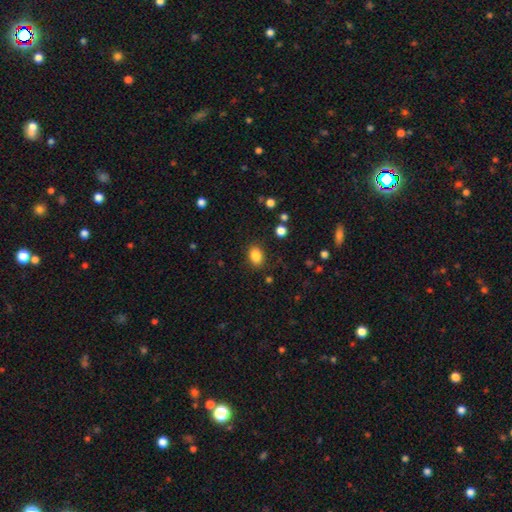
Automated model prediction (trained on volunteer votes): A smooth galaxy with no disk features (85%) that is in between round and cigar-shaped (71%). Merging: none (85%).